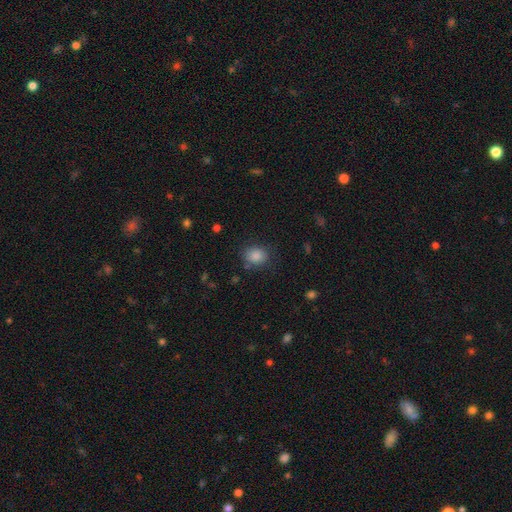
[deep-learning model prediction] Q: Smooth or featured?
A: smooth (84%); runner-up: star or artifact (11%)
Q: How rounded?
A: round (55%); runner-up: in between (45%)
Q: Merging?
A: none (80%); runner-up: minor disturbance (13%)